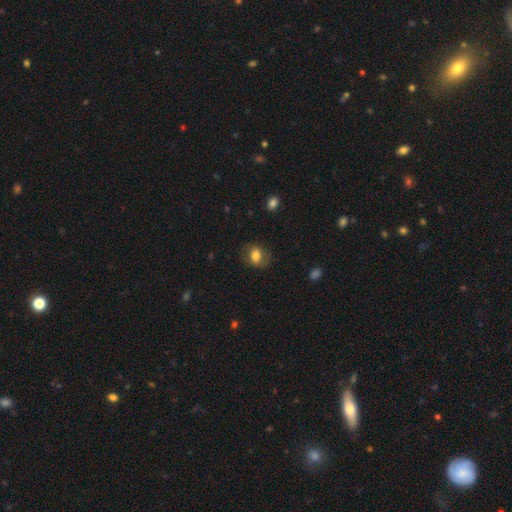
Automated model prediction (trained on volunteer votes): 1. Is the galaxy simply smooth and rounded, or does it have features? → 75% smooth, 16% featured or disk, 9% star or artifact.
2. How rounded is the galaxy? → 52% in between, 47% round, 1% cigar-shaped.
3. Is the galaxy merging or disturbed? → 76% none, 16% minor disturbance, 7% major disturbance, 1% merger.